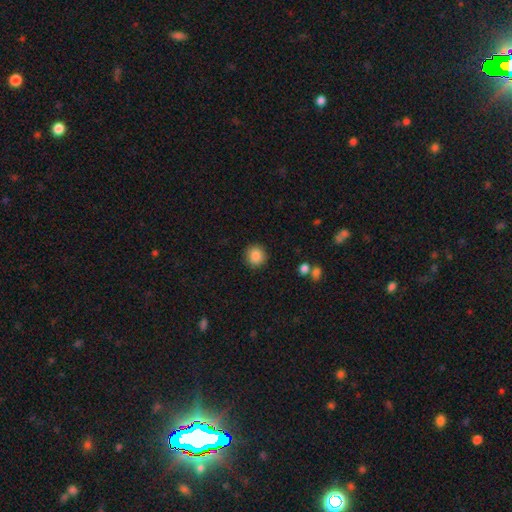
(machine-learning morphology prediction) Overall: smooth (87%). How rounded: round (92%). Merging: none (90%).